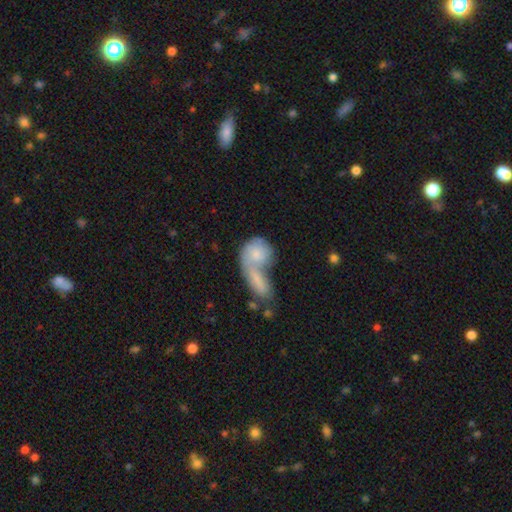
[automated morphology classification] Smooth or featured?
  - smooth: 71% *
  - featured or disk: 23%
  - star or artifact: 7%
How rounded?
  - round: 51% *
  - in between: 43%
  - cigar-shaped: 6%
Merging?
  - merger: 64% *
  - none: 20%
  - major disturbance: 8%
  - minor disturbance: 8%